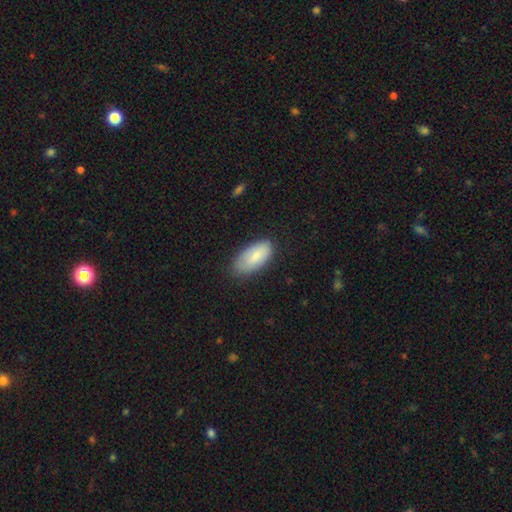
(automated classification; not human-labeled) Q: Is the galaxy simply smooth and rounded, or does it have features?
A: smooth — 81%.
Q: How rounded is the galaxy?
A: in between — 93%.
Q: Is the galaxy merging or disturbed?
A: none — 75%.